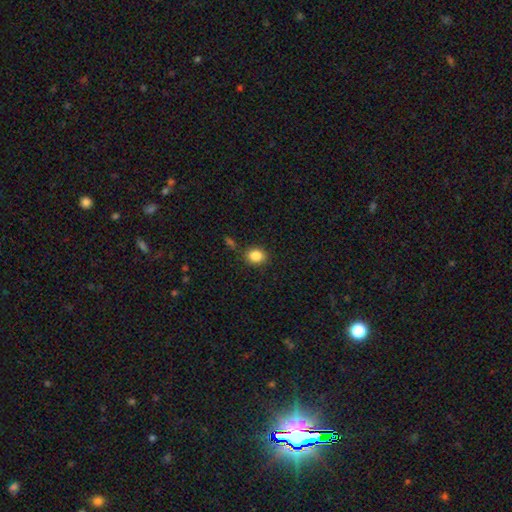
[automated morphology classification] Smooth or featured? Predicted: smooth (p=0.86). How rounded? Predicted: round (p=0.56). Merging? Predicted: none (p=0.80).